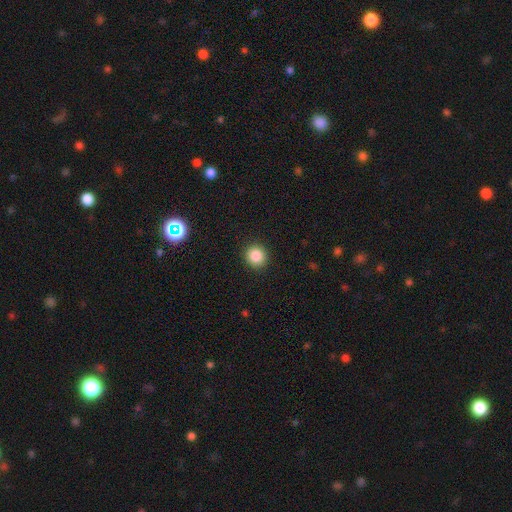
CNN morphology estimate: smooth_or_featured: smooth (p=0.85) [alt: star or artifact p=0.10]
how_rounded: round (p=0.91) [alt: in between p=0.08]
merging: none (p=0.92) [alt: minor disturbance p=0.05]